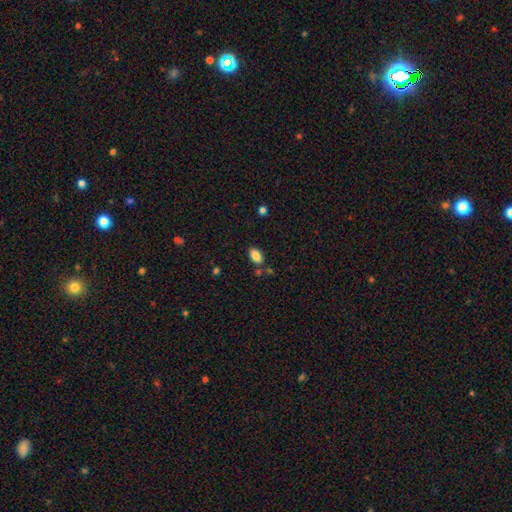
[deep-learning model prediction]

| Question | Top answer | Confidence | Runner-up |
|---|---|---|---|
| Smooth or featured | smooth | 84% | star or artifact (9%) |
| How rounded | in between | 92% | round (6%) |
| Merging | none | 77% | minor disturbance (12%) |